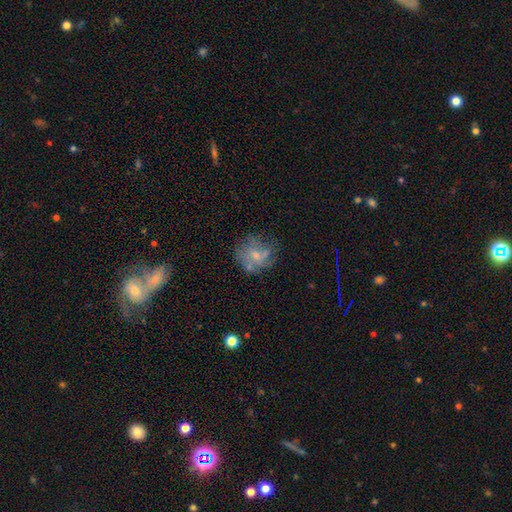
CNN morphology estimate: smooth-or-featured: featured or disk: 44% (tied) | smooth: 44% (tied) | star or artifact: 12%
  merging: none: 53% | minor disturbance: 22% | major disturbance: 19% | merger: 6%